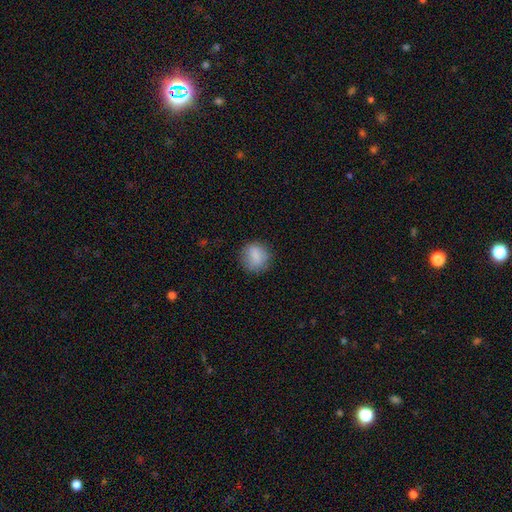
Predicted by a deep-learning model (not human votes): smooth 84%, star or artifact 8%, featured or disk 8%. Down the decision tree: how rounded — round (81%); merging — none (81%).